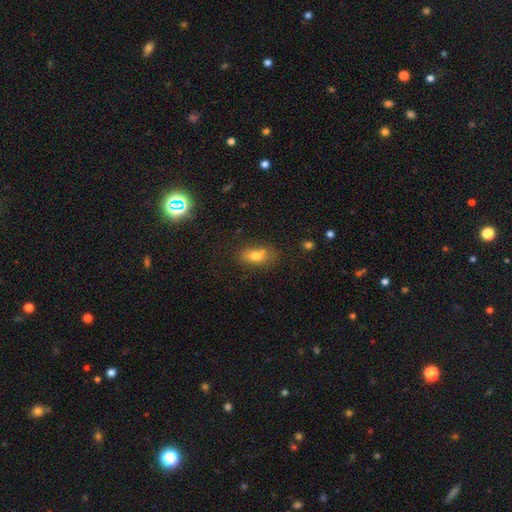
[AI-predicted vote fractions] The model was most divided on "merging": none: 56%, minor disturbance: 21%, merger: 16%, major disturbance: 7%. More confident: how rounded — in between (80%); smooth or featured — smooth (75%).